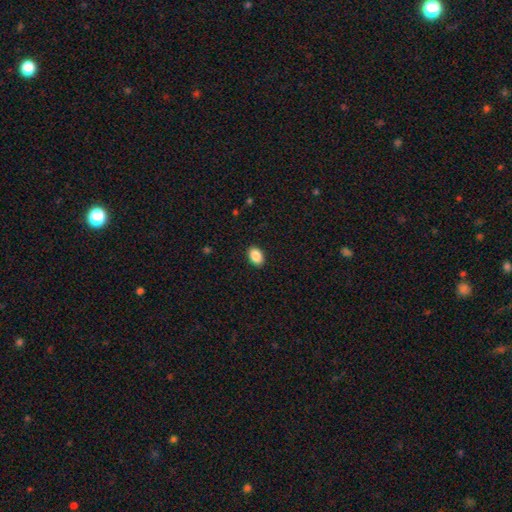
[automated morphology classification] Smooth or featured? Predicted: smooth (p=0.89). How rounded? Predicted: in between (p=0.87). Merging? Predicted: none (p=0.90).